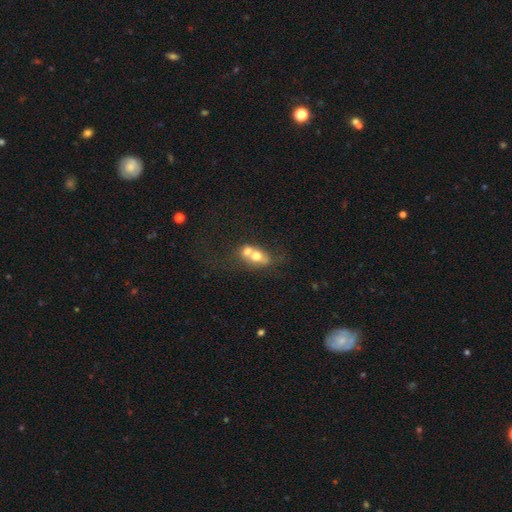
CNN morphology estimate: Overall: smooth (59%; featured or disk 31%). How rounded: in between (61%; round 36%). Merging: merger (66%).